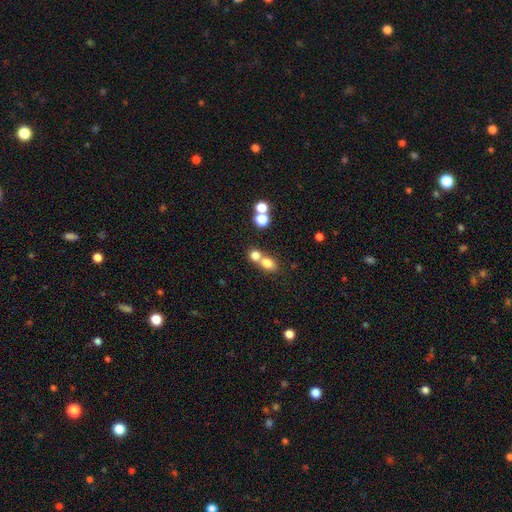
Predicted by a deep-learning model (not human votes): Smooth or featured?
  - smooth: 75% *
  - star or artifact: 14%
  - featured or disk: 11%
How rounded?
  - round: 58% *
  - in between: 40%
  - cigar-shaped: 2%
Merging?
  - merger: 52% *
  - none: 38%
  - minor disturbance: 6%
  - major disturbance: 3%